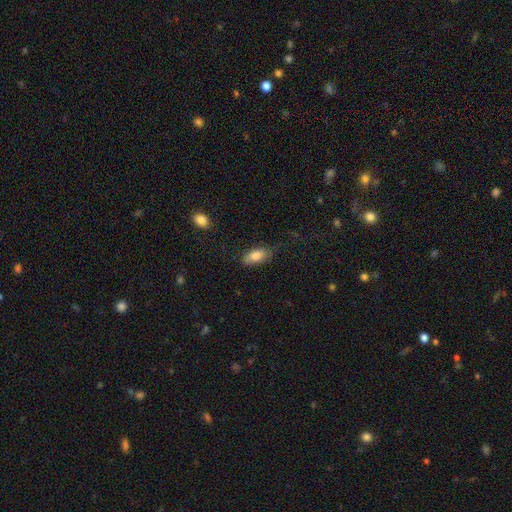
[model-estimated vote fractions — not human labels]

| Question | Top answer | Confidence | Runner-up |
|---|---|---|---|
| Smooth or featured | smooth | 81% | featured or disk (12%) |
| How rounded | in between | 88% | cigar-shaped (9%) |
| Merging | none | 64% | minor disturbance (26%) |